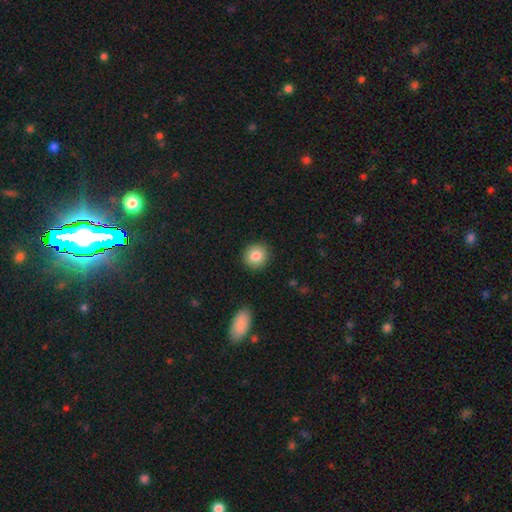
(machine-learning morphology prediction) smooth-or-featured: smooth: 84% | star or artifact: 9% | featured or disk: 7%
  how-rounded: round: 90% | in between: 9% | cigar-shaped: 1%
  merging: none: 91% | minor disturbance: 6% | major disturbance: 2% | merger: 1%